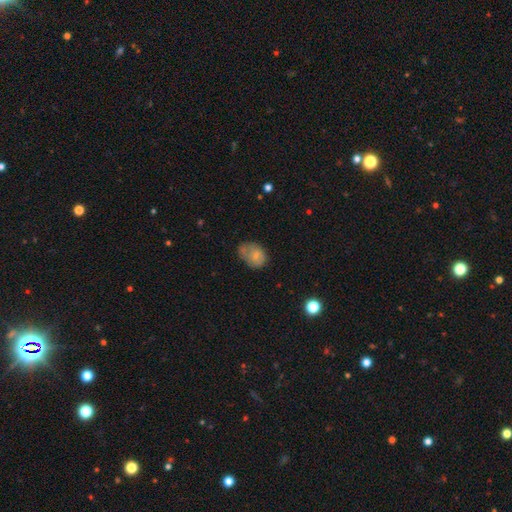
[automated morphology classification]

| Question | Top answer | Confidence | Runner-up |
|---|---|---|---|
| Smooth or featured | smooth | 70% | featured or disk (21%) |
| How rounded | in between | 72% | round (27%) |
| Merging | none | 37% | minor disturbance (36%) |